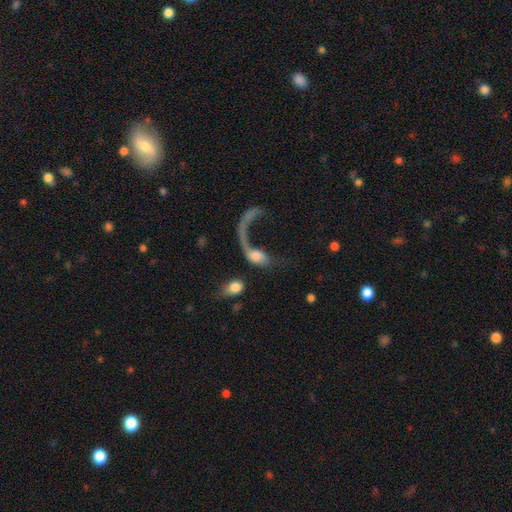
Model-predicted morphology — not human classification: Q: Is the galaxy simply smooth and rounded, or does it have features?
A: featured or disk — 54%.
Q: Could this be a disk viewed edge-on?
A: no — 93%.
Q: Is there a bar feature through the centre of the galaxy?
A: no — 71%.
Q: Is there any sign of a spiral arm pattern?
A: yes — 65%.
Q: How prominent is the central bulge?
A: moderate — 32%.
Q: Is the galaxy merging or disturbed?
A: major disturbance — 52%.